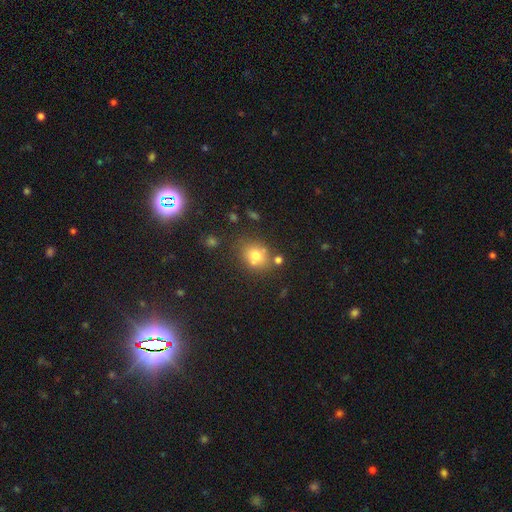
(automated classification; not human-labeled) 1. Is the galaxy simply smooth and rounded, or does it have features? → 72% smooth, 14% star or artifact, 14% featured or disk.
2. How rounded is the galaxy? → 68% round, 31% in between, 1% cigar-shaped.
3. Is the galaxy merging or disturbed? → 65% none, 16% merger, 15% minor disturbance, 5% major disturbance.